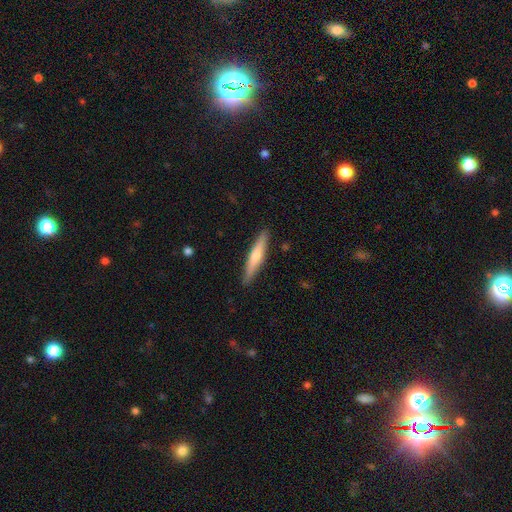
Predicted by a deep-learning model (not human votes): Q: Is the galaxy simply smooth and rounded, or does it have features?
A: smooth — 61%.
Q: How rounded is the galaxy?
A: cigar-shaped — 92%.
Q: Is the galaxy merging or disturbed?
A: none — 90%.